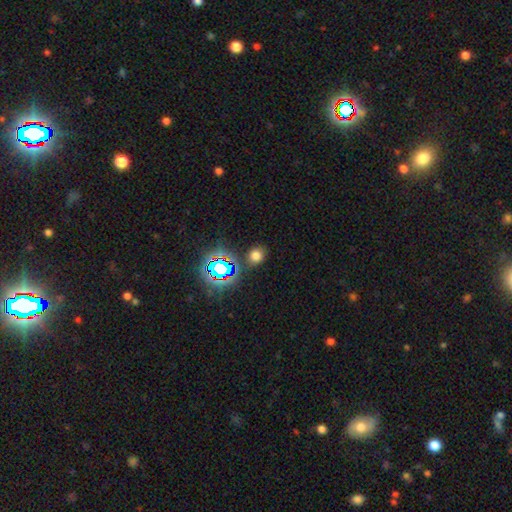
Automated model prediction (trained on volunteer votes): Q: Smooth or featured?
A: smooth (67%); runner-up: star or artifact (26%)
Q: How rounded?
A: round (74%); runner-up: in between (24%)
Q: Merging?
A: none (83%); runner-up: minor disturbance (10%)